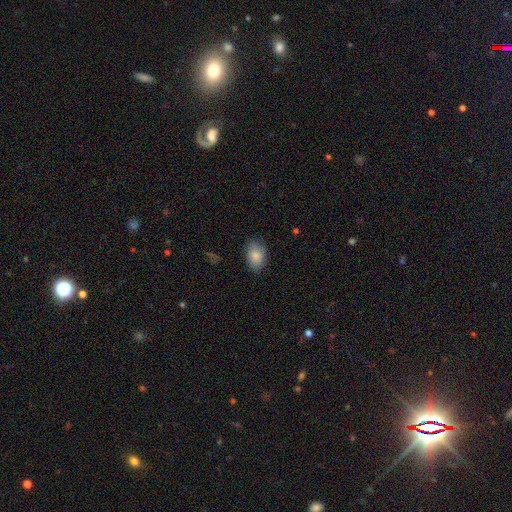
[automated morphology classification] Q: Smooth or featured?
A: smooth (84%); runner-up: featured or disk (9%)
Q: How rounded?
A: in between (85%); runner-up: round (14%)
Q: Merging?
A: none (77%); runner-up: minor disturbance (18%)